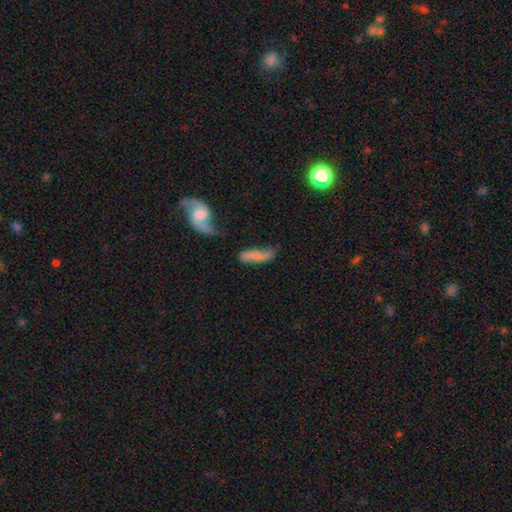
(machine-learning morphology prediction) This is likely a smooth galaxy (62%). How rounded: possibly cigar-shaped (55%). Merging: marginally none (43%).